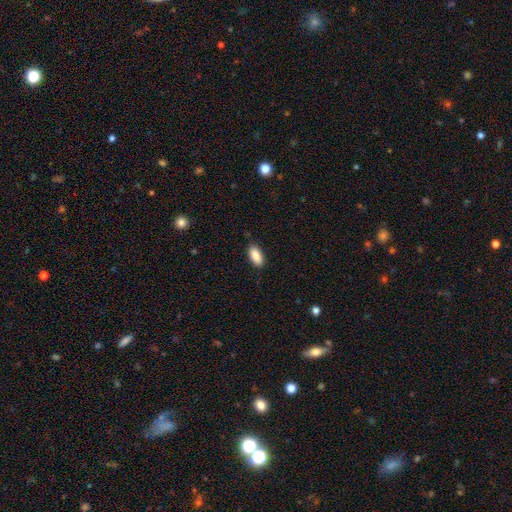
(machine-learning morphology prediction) Smooth or featured? Predicted: smooth (p=0.89). How rounded? Predicted: in between (p=0.90). Merging? Predicted: none (p=0.87).